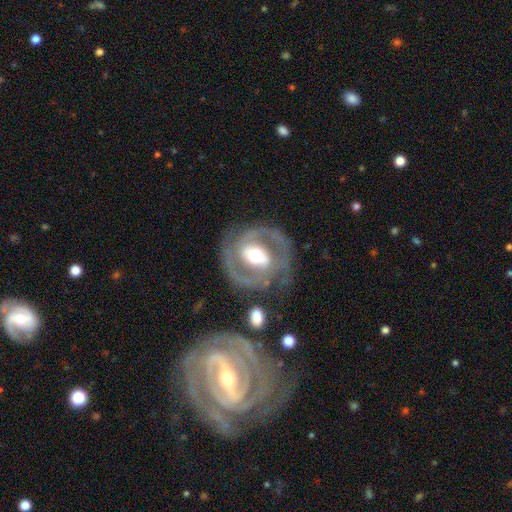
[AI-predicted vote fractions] This appears to be a featured or disk galaxy (84%) with a strong bar (41%), 2 (86%) medium (48%) spiral arms (83%) and a moderate central bulge (67%). Merging: none (73%).